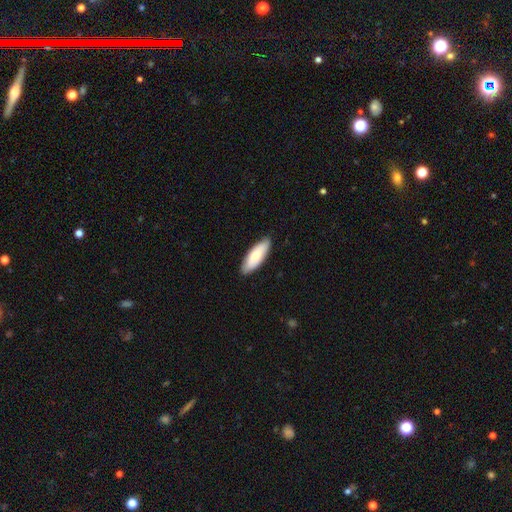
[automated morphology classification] Smooth or featured? smooth (72%)
How rounded? in between (67%)
Merging? none (88%)